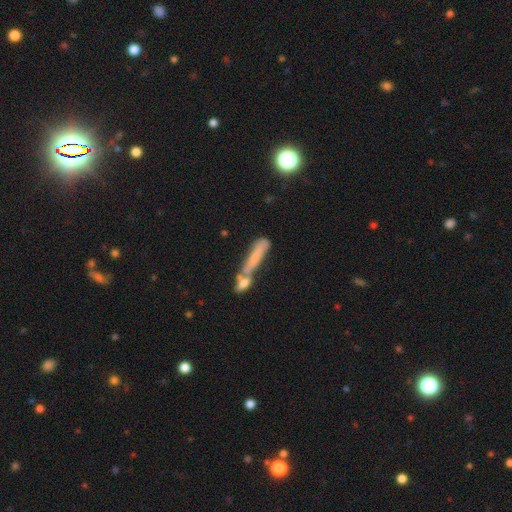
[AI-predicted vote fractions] A smooth galaxy with no disk features (63%) that is cigar-shaped (81%).

Vote fractions:
- Smooth or featured? smooth: 63% / featured or disk: 28% / star or artifact: 9%
- How rounded? cigar-shaped: 81% / in between: 16% / round: 3%
- Merging? merger: 48% / none: 29% / minor disturbance: 13% / major disturbance: 9%